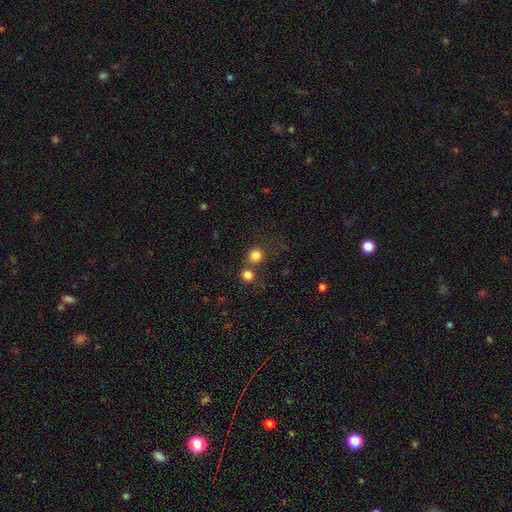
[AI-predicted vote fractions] A smooth galaxy with no disk features (82%) that is round (90%).

Vote fractions:
- Smooth or featured? smooth: 82% / star or artifact: 13% / featured or disk: 5%
- How rounded? round: 90% / in between: 9% / cigar-shaped: 1%
- Merging? none: 63% / merger: 26% / minor disturbance: 8% / major disturbance: 4%